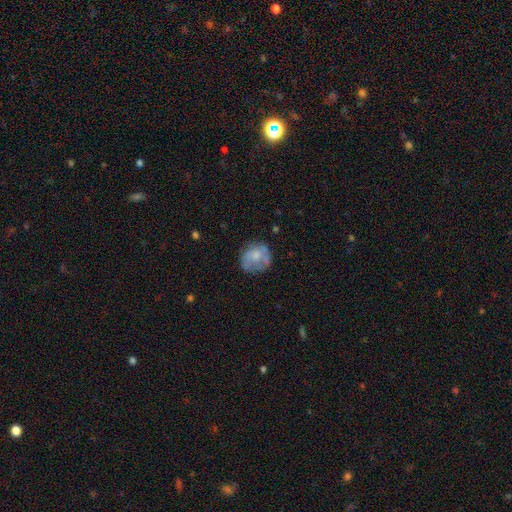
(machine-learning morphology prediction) A smooth galaxy with no disk features (53%) that is round (78%).

Vote fractions:
- Smooth or featured? smooth: 53% / featured or disk: 39% / star or artifact: 8%
- How rounded? round: 78% / in between: 21% / cigar-shaped: 1%
- Merging? none: 59% / minor disturbance: 24% / major disturbance: 14% / merger: 3%